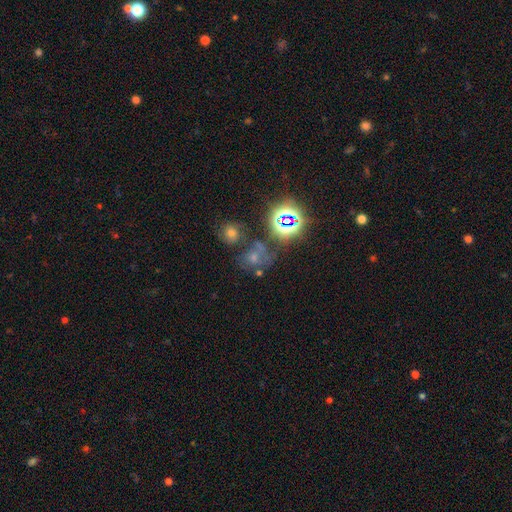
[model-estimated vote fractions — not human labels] Q: Smooth or featured?
A: star or artifact (47%); runner-up: smooth (33%)